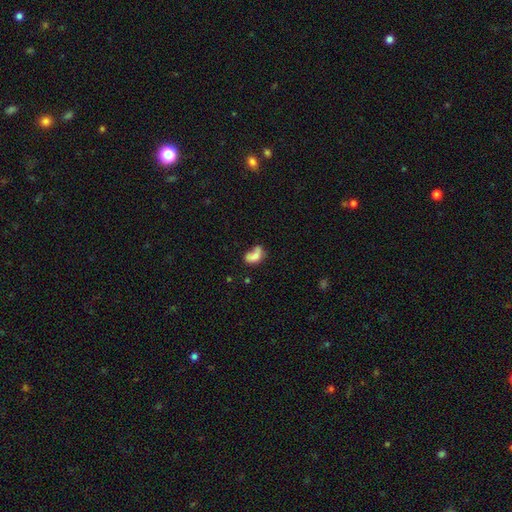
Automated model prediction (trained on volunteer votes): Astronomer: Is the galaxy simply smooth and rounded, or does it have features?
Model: smooth — 65%.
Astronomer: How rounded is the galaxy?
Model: in between — 79%.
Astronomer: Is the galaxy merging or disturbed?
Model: merger — 37% (runner-up: none, 27%).